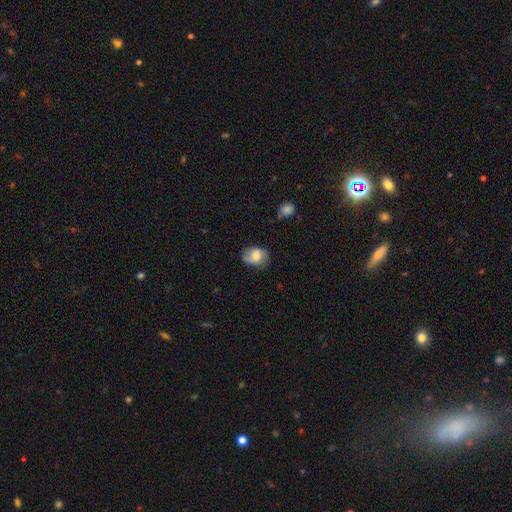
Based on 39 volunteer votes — This appears to be a smooth galaxy with no disk features (62%) that is in between round and cigar-shaped (79%). Merging: none (63%).